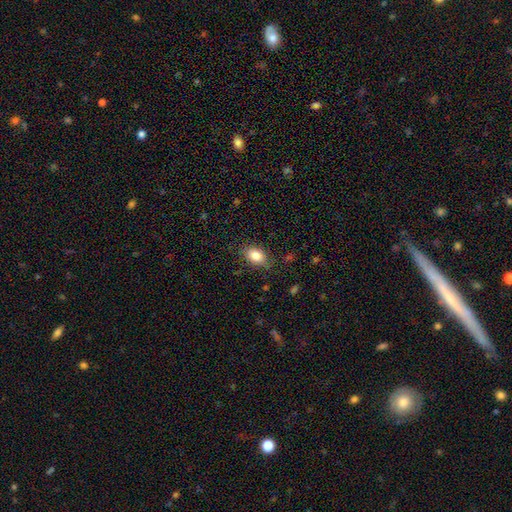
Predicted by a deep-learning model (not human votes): smooth 84%, featured or disk 8%, star or artifact 8%. Down the decision tree: how rounded — in between (85%); merging — none (80%).